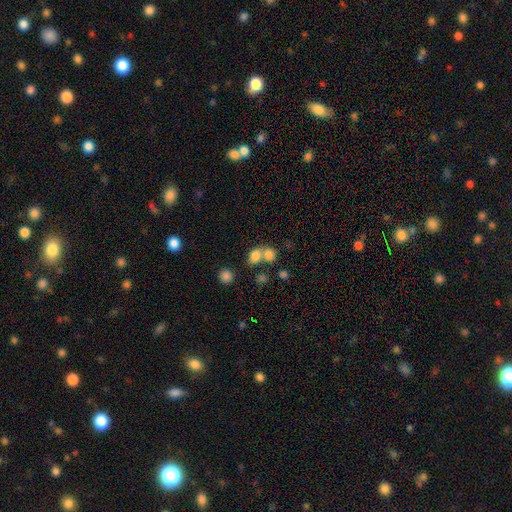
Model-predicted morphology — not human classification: Smooth or featured? Predicted: smooth (p=0.78). How rounded? Predicted: round (p=0.52). Merging? Predicted: merger (p=0.52).